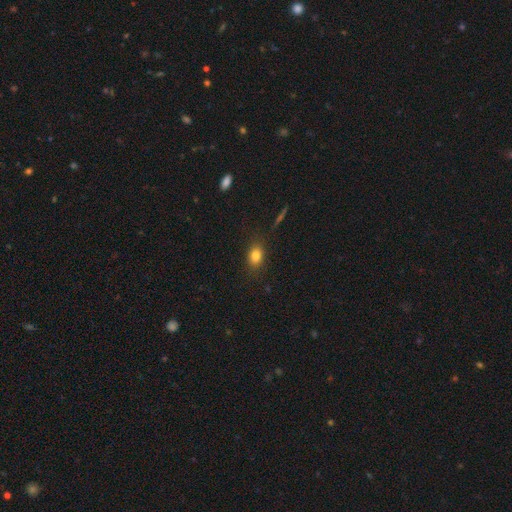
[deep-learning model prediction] Smooth or featured: smooth — 82% (star or artifact — 10%)
How rounded: in between — 69% (round — 28%)
Merging: none — 84% (minor disturbance — 12%)